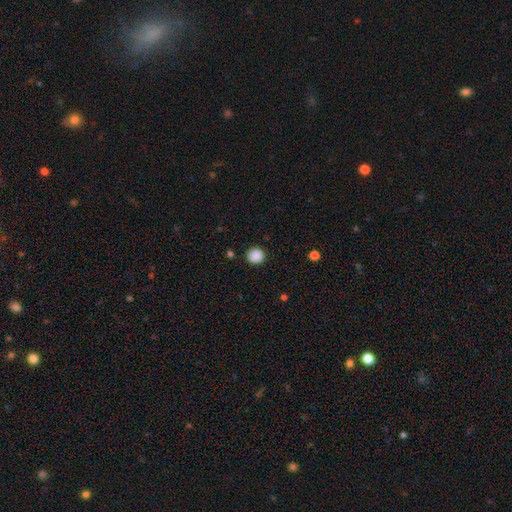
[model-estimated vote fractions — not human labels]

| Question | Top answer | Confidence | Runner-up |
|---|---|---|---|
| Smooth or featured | smooth | 88% | star or artifact (9%) |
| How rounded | round | 91% | in between (8%) |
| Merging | none | 89% | minor disturbance (8%) |